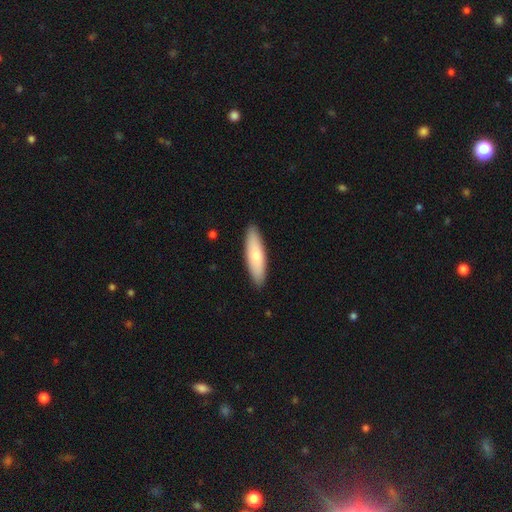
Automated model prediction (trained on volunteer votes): smooth 75%, featured or disk 20%, star or artifact 5%. Down the decision tree: how rounded — cigar-shaped (62%); merging — none (90%).